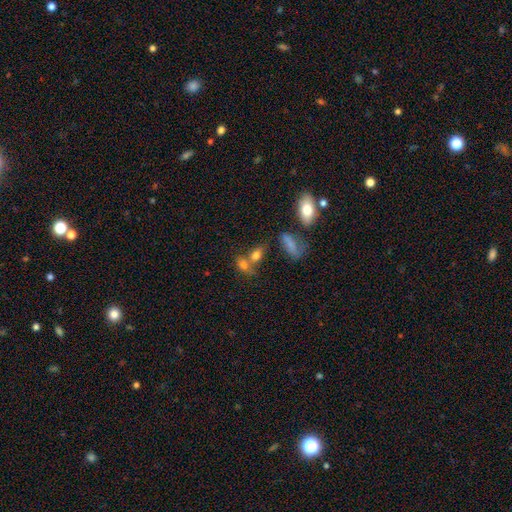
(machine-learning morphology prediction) smooth 74%, featured or disk 13%, star or artifact 12%. Down the decision tree: how rounded — in between (72%); merging — merger (44%).